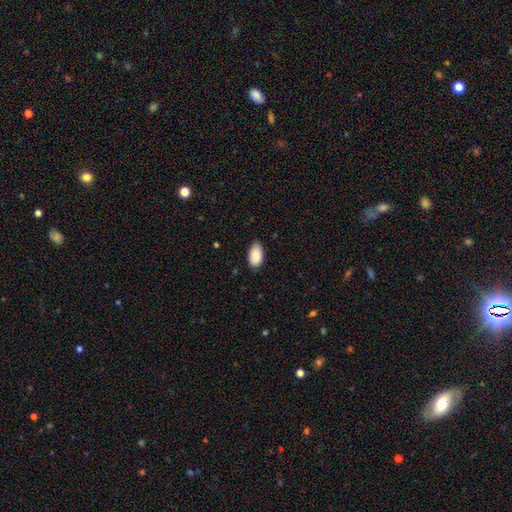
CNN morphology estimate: A smooth galaxy with no disk features (90%) that is in between round and cigar-shaped (95%). Merging: none (82%).